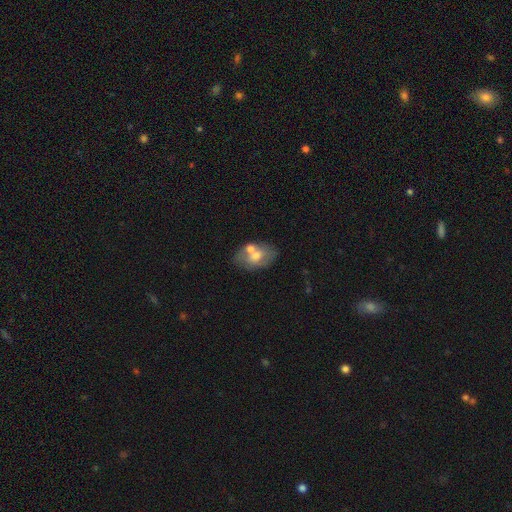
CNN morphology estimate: Smooth or featured? smooth (54%)
How rounded? in between (87%)
Merging? none (47%)